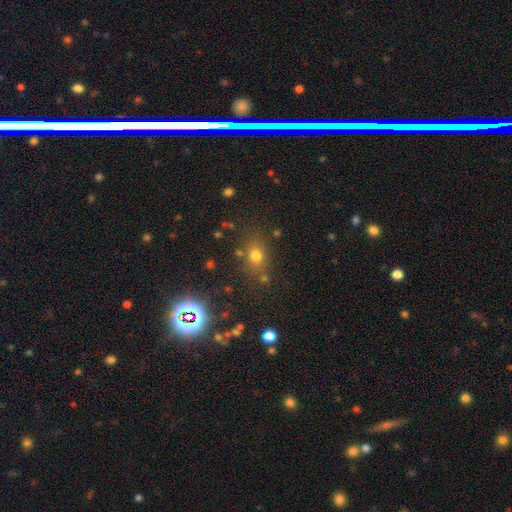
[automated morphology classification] Smooth or featured: smooth — 68% (star or artifact — 23%)
How rounded: round — 54% (in between — 43%)
Merging: none — 75% (minor disturbance — 13%)